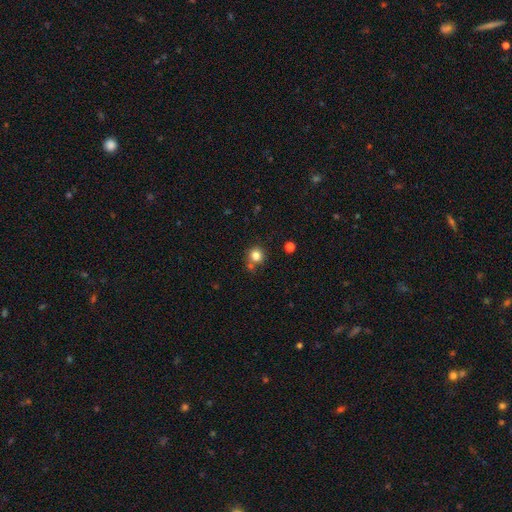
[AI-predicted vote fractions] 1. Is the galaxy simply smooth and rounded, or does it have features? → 81% smooth, 12% star or artifact, 7% featured or disk.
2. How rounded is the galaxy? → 89% round, 10% in between, 1% cigar-shaped.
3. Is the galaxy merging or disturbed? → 71% none, 14% merger, 12% minor disturbance, 4% major disturbance.